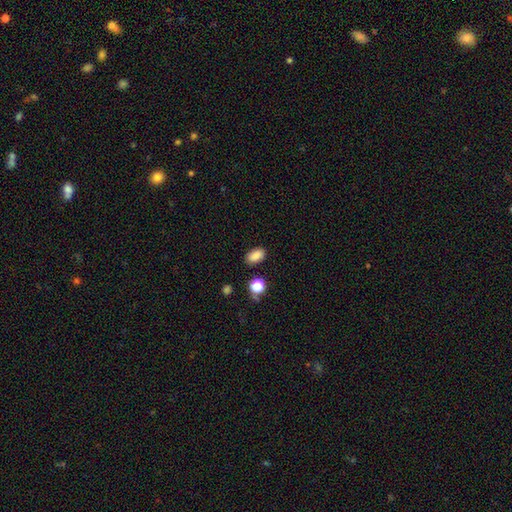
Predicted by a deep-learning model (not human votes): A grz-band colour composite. It shows a smooth galaxy with no disk features (85%) that is in between round and cigar-shaped (88%). Merging: none (86%).